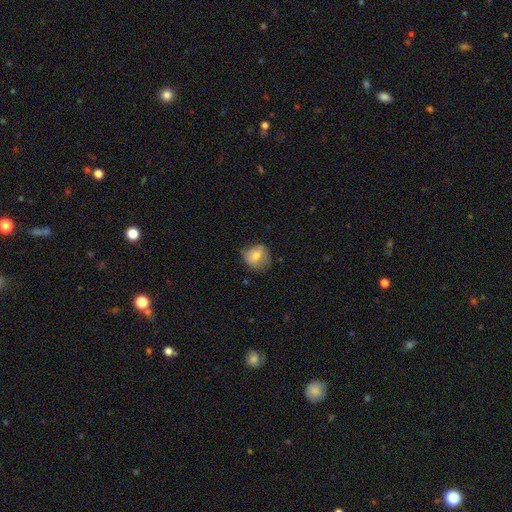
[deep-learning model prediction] This is likely a smooth galaxy (72%). How rounded: likely round (73%). Merging: possibly none (59%).